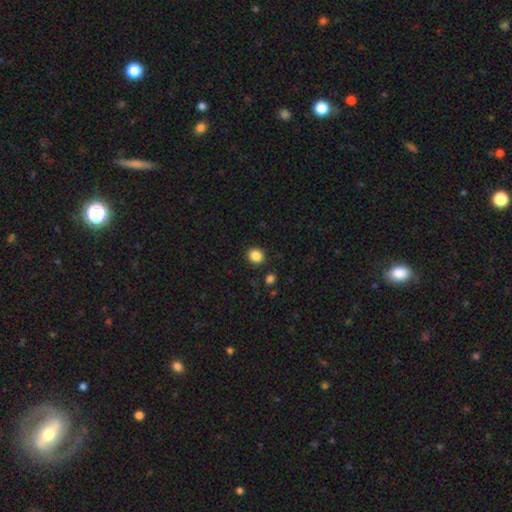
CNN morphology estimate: type=smooth (87%); roundness=round (65%); merging=none (88%).